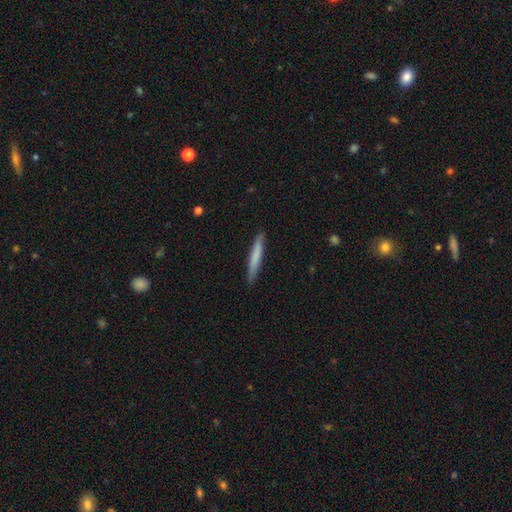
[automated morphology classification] A smooth galaxy with no disk features (70%) that is cigar-shaped (96%).

Vote fractions:
- Smooth or featured? smooth: 70% / featured or disk: 25% / star or artifact: 5%
- How rounded? cigar-shaped: 96% / in between: 3% / round: 1%
- Merging? none: 89% / minor disturbance: 8% / major disturbance: 1% / merger: 1%